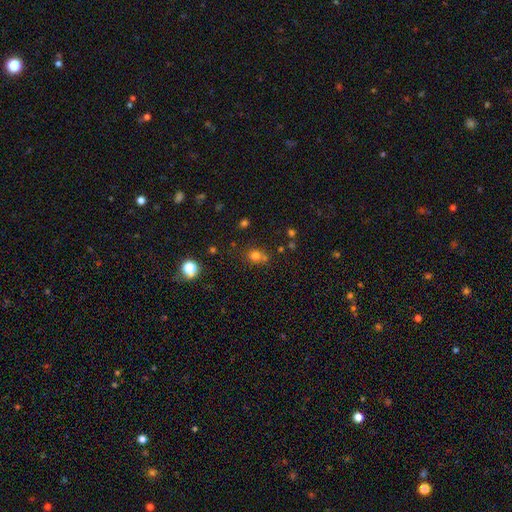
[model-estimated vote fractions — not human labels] The model was most divided on "merging": none: 61%, merger: 23%, minor disturbance: 12%, major disturbance: 4%. More confident: how rounded — round (76%); smooth or featured — smooth (73%).